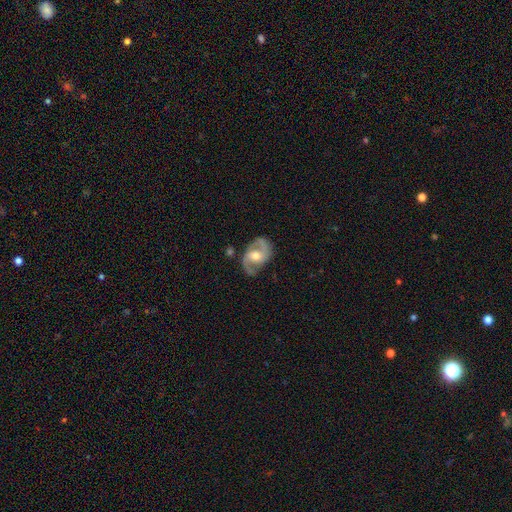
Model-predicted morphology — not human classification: type=featured or disk (85%); edge-on=no (97%); bar=no (48%); spiral arms=yes (93%); winding=medium (54%); arm count=2 (91%); bulge=moderate (73%); merging=none (74%).